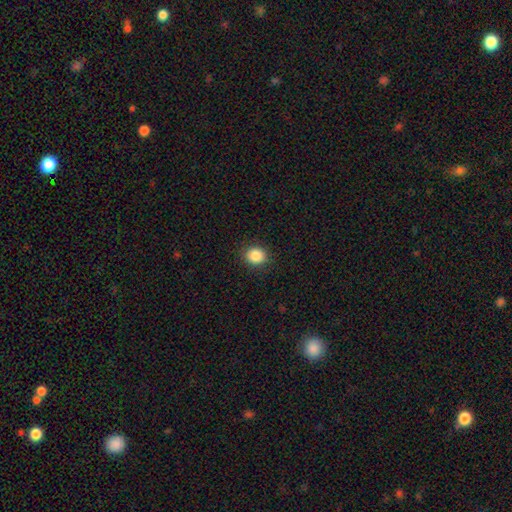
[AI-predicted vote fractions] Overall: smooth (86%). How rounded: round (75%). Merging: none (90%).